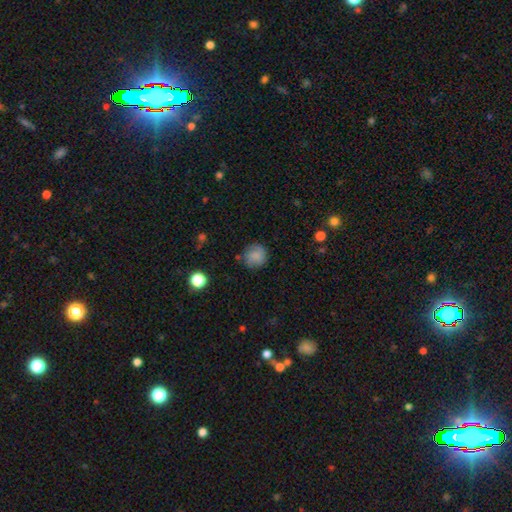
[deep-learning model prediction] Smooth or featured: smooth — 82% (star or artifact — 9%)
How rounded: round — 90% (in between — 9%)
Merging: none — 79% (minor disturbance — 15%)